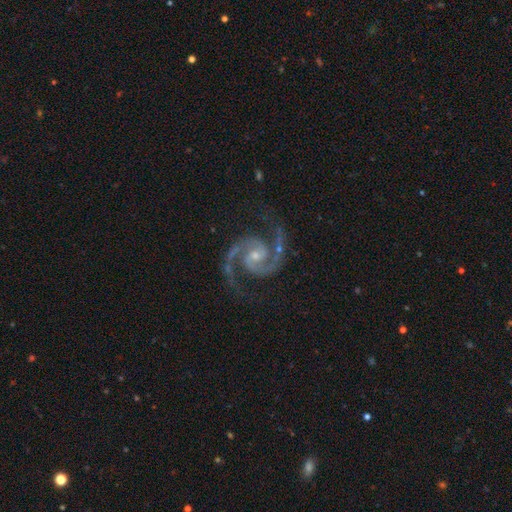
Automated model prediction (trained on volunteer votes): Overall: featured or disk (95%). Edge-on disk: no (98%). Bar: no (55%; weak 34%). Spiral arms: yes (99%). Spiral arm count: 2 (94%). Spiral winding: medium (66%). Bulge size: small (58%; moderate 36%). Merging: none (80%).